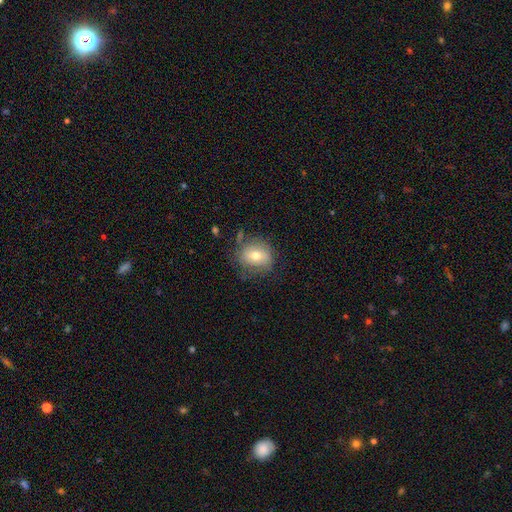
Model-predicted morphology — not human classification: This is likely a smooth galaxy (67%). How rounded: likely round (69%). Merging: likely none (69%).